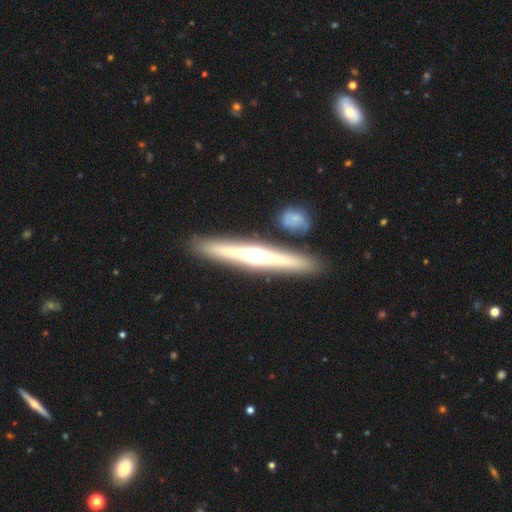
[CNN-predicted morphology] Smooth or featured: featured or disk — 68% (smooth — 26%)
Edge-on disk: yes — 96% (no — 4%)
Edge-on bulge: rounded — 87% (none — 9%)
Merging: none — 86% (minor disturbance — 7%)